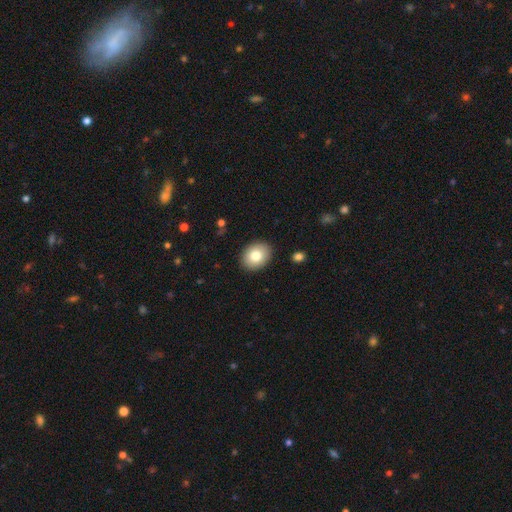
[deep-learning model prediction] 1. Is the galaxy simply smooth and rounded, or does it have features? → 80% smooth, 12% featured or disk, 8% star or artifact.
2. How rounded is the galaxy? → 55% in between, 44% round, 1% cigar-shaped.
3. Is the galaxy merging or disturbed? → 90% none, 7% minor disturbance, 2% major disturbance, 1% merger.